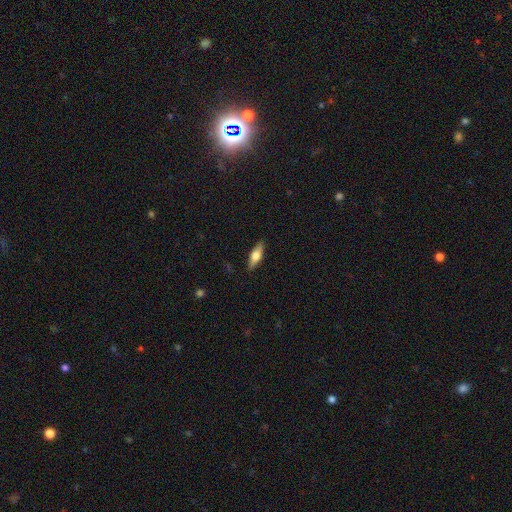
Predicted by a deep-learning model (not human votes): A smooth galaxy with no disk features (57%) that is in between round and cigar-shaped (54%). Merging: none (88%).